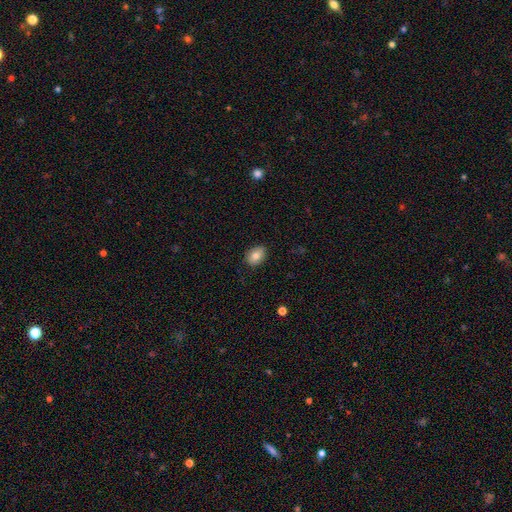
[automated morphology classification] A smooth galaxy with no disk features (82%) that is in between round and cigar-shaped (74%).

Vote fractions:
- Smooth or featured? smooth: 82% / featured or disk: 10% / star or artifact: 8%
- How rounded? in between: 74% / round: 25% / cigar-shaped: 1%
- Merging? none: 85% / minor disturbance: 12% / major disturbance: 2% / merger: 1%